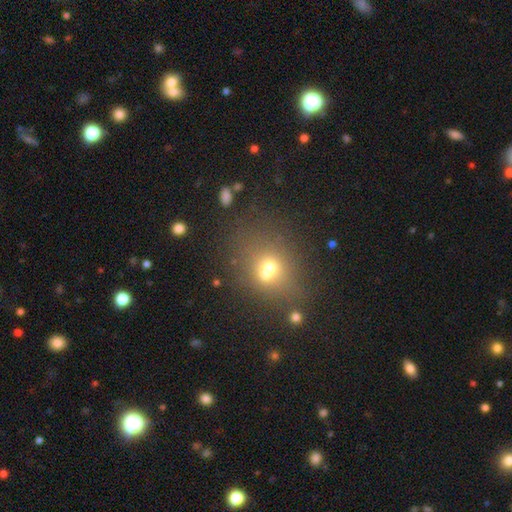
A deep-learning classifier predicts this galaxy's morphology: Smooth or featured? smooth (62%)
How rounded? round (66%)
Merging? none (85%)